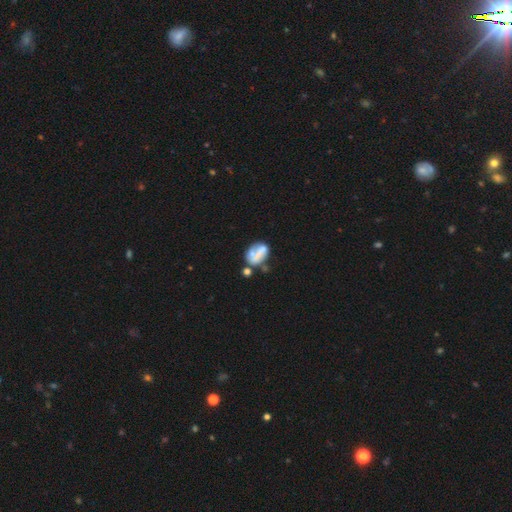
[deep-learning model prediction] Q: Smooth or featured?
A: featured or disk (47%); runner-up: smooth (43%)
Q: Merging?
A: merger (33%); runner-up: none (28%)